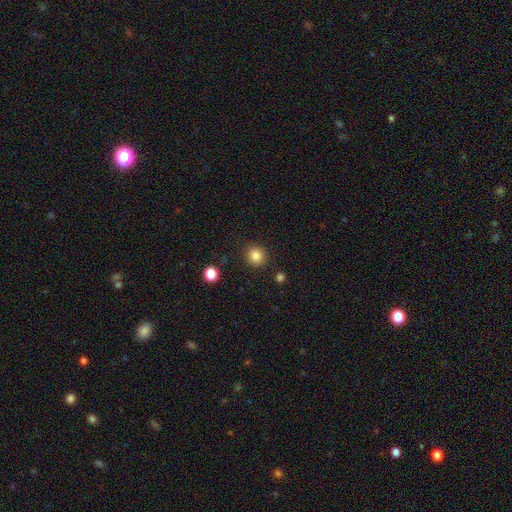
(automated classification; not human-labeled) This is clearly a smooth galaxy (84%). How rounded: clearly round (91%). Merging: clearly none (90%).